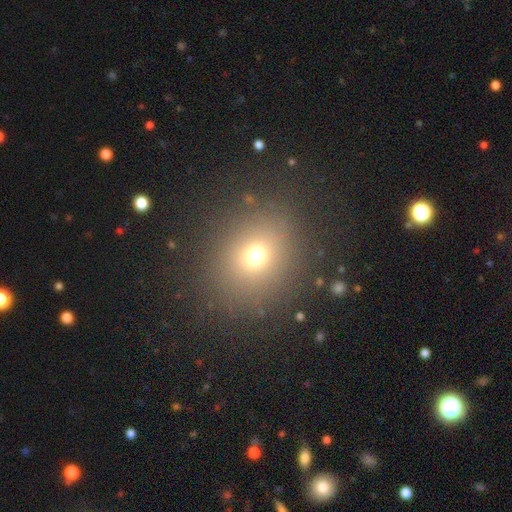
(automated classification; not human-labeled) Smooth or featured: smooth — 69% (star or artifact — 21%)
How rounded: round — 76% (in between — 23%)
Merging: none — 85% (minor disturbance — 8%)